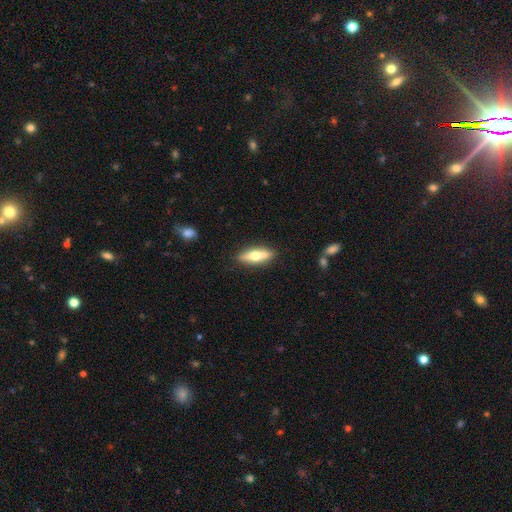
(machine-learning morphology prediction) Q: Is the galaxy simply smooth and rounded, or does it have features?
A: smooth — 49%.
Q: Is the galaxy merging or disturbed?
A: none — 83%.